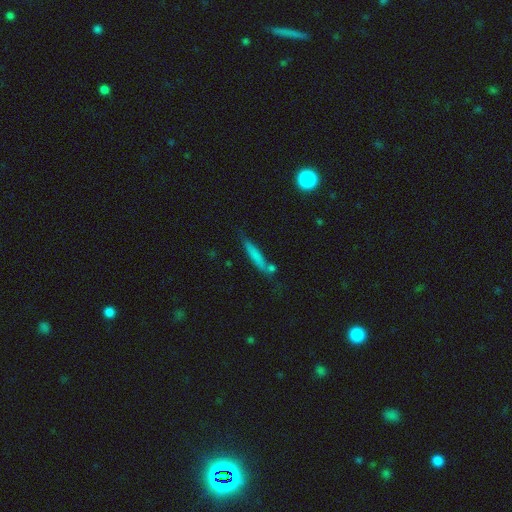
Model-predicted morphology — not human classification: A smooth galaxy with no disk features (70%) that is cigar-shaped (90%).

Vote fractions:
- Smooth or featured? smooth: 70% / featured or disk: 22% / star or artifact: 8%
- How rounded? cigar-shaped: 90% / in between: 8% / round: 2%
- Merging? none: 67% / minor disturbance: 17% / merger: 10% / major disturbance: 5%